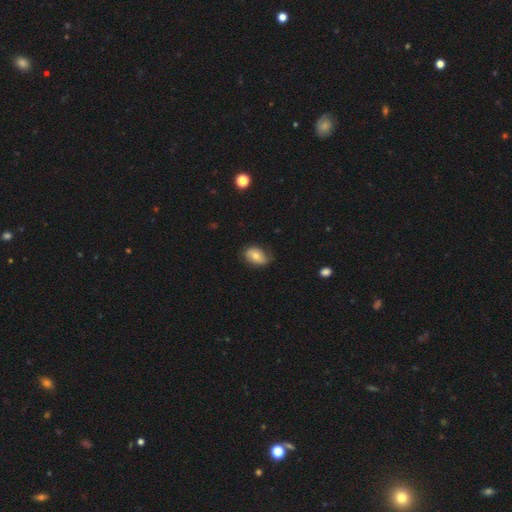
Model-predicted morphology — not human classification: Overall: smooth (63%; featured or disk 29%). How rounded: in between (79%). Merging: none (66%).